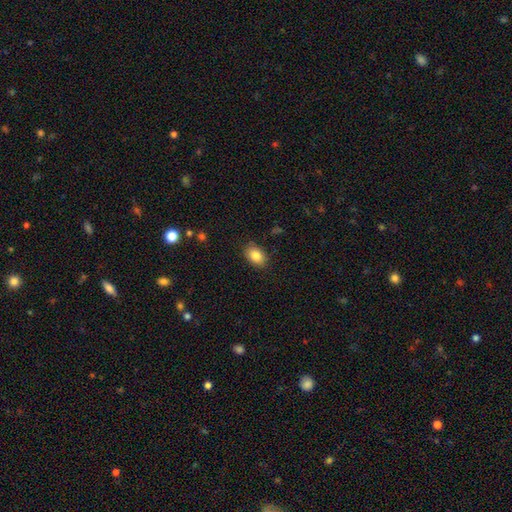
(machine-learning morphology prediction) type=smooth (84%); roundness=in between (84%); merging=none (86%).